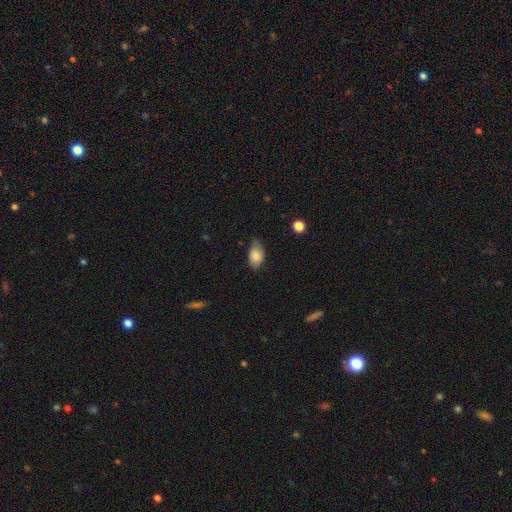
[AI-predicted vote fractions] smooth-or-featured: smooth: 83% | featured or disk: 9% | star or artifact: 8%
  how-rounded: in between: 90% | round: 8% | cigar-shaped: 2%
  merging: none: 61% | minor disturbance: 32% | major disturbance: 6% | merger: 1%